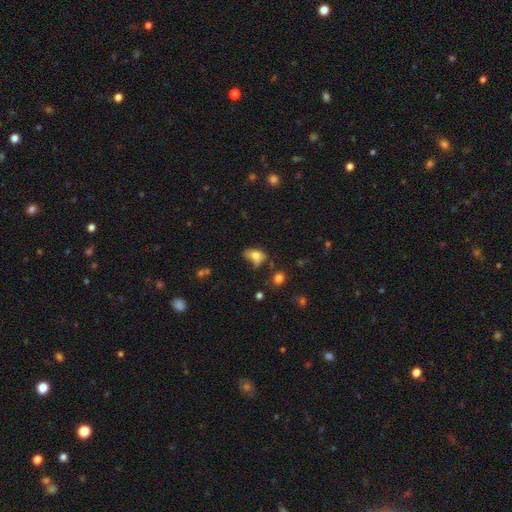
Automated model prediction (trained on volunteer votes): Morphology: type=smooth (71%); roundness=in between (82%); merging=none (38%).